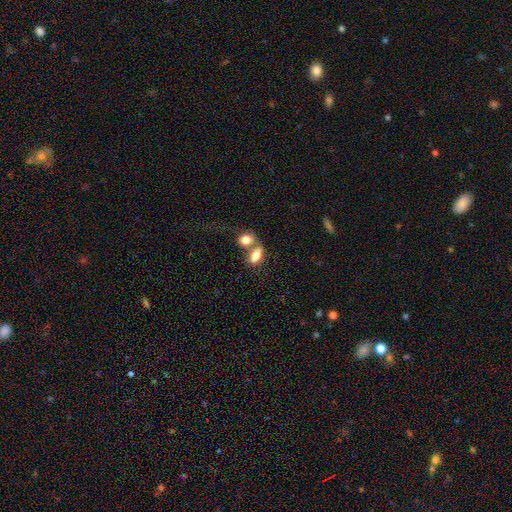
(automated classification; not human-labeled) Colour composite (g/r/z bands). It shows a smooth galaxy with no disk features (79%) that is in between round and cigar-shaped (84%). Merging: merger (57%).